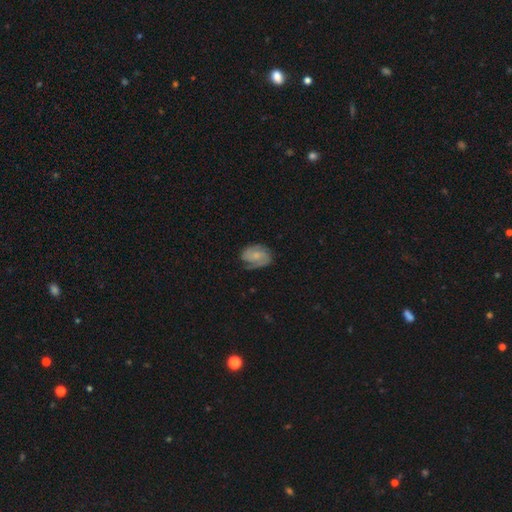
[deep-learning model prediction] Smooth or featured?
  - featured or disk: 71% *
  - smooth: 23%
  - star or artifact: 6%
Edge-on disk?
  - no: 97% *
  - yes: 3%
Bar?
  - no: 65% *
  - weak: 31%
  - strong: 5%
Spiral arms?
  - yes: 94% *
  - no: 6%
Spiral winding?
  - tight: 45% *
  - medium: 40%
  - loose: 15%
Spiral arm count?
  - 2: 60% *
  - can't tell: 13%
  - 1: 12%
  - 3: 10%
  - 4: 2%
  - more than 4: 2%
Bulge size?
  - small: 49% *
  - moderate: 35%
  - none: 11%
  - large: 3%
  - dominant: 1%
Merging?
  - none: 67% *
  - minor disturbance: 22%
  - major disturbance: 10%
  - merger: 1%